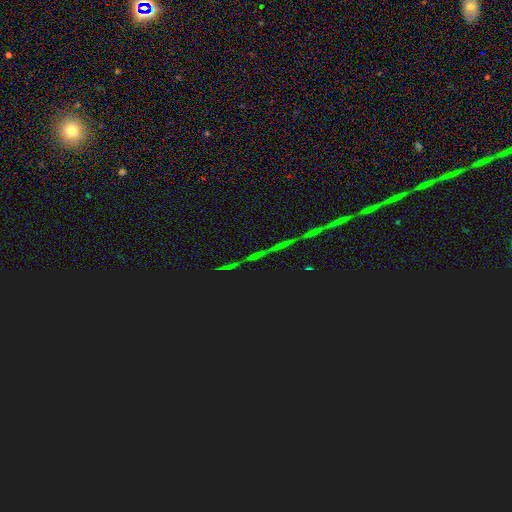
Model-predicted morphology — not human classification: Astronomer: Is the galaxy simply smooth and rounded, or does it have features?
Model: star or artifact — 87%.